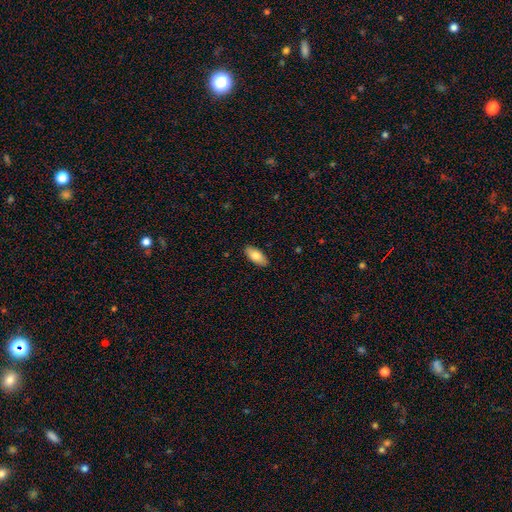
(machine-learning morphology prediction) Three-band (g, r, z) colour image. It shows a smooth galaxy with no disk features (79%) that is in between round and cigar-shaped (88%). Merging: none (89%).